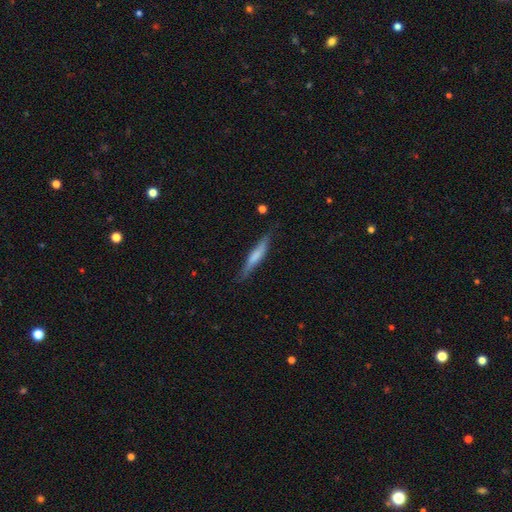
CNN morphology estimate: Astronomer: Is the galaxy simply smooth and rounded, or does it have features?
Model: smooth — 61%.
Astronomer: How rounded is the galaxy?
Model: cigar-shaped — 90%.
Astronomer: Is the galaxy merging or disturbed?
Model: none — 77%.